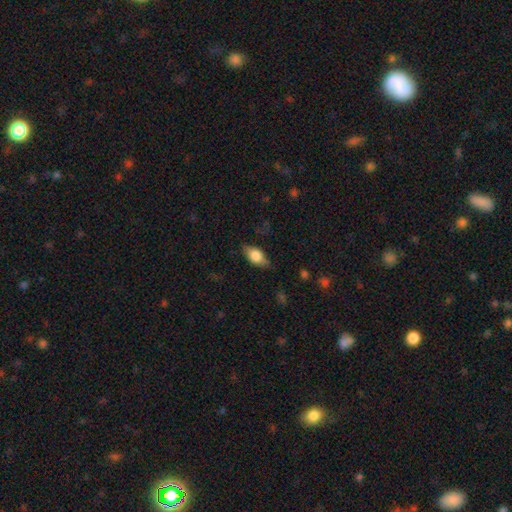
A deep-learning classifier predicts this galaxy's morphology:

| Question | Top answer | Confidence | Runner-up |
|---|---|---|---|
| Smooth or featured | smooth | 67% | featured or disk (26%) |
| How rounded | in between | 84% | cigar-shaped (9%) |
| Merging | none | 79% | minor disturbance (16%) |